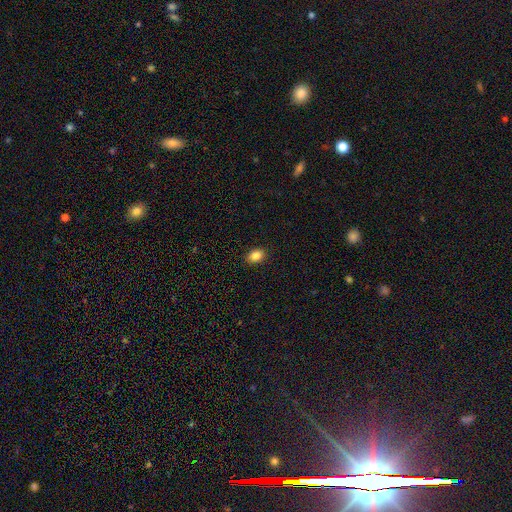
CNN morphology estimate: Smooth or featured: smooth — 86% (star or artifact — 9%)
How rounded: in between — 75% (round — 23%)
Merging: none — 90% (minor disturbance — 7%)